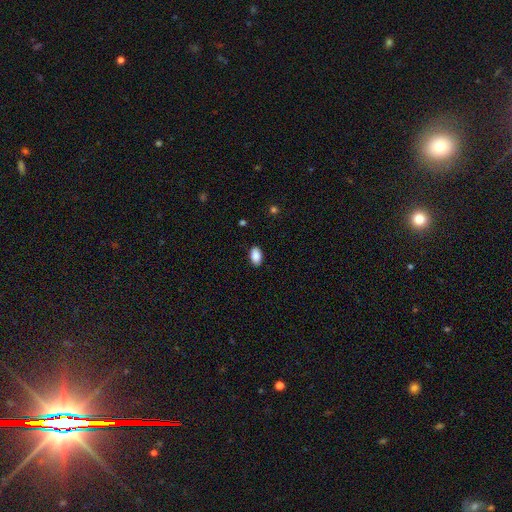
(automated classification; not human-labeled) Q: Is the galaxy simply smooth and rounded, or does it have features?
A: smooth — 89%.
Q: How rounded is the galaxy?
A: in between — 92%.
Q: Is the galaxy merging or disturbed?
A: none — 87%.